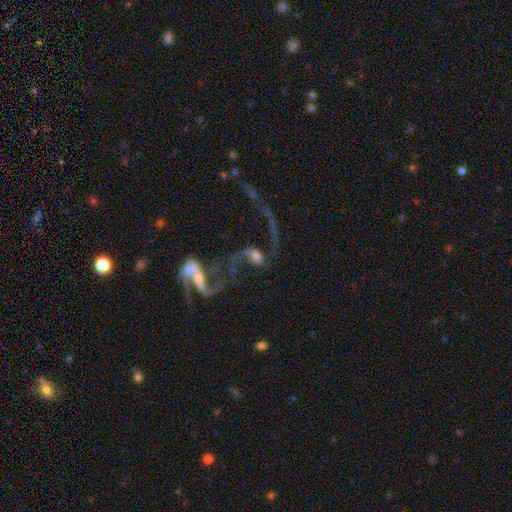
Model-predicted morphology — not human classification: Smooth or featured? featured or disk (68%)
Edge-on disk? no (95%)
Bar? no (50%)
Spiral arms? yes (81%)
Spiral winding? loose (88%)
Spiral arm count? 2 (75%)
Bulge size? moderate (33%)
Merging? merger (48%)